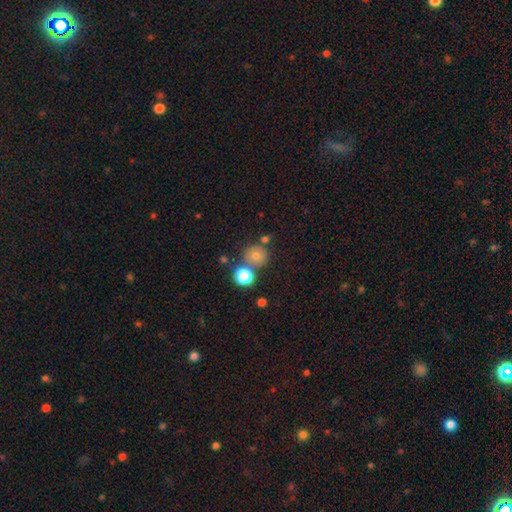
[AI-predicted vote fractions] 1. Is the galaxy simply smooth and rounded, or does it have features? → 73% smooth, 15% star or artifact, 12% featured or disk.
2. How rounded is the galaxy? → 89% round, 10% in between, 1% cigar-shaped.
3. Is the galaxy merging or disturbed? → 67% none, 20% merger, 10% minor disturbance, 3% major disturbance.